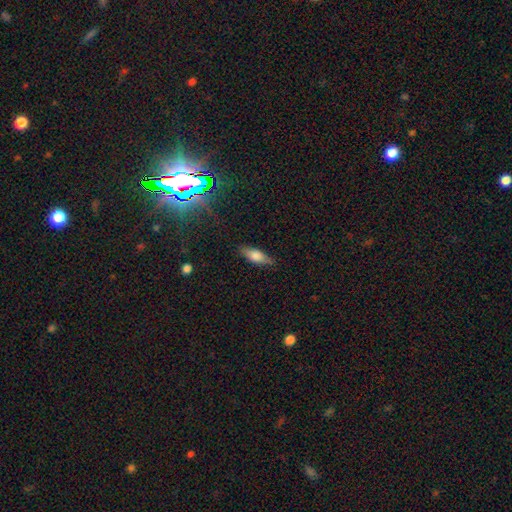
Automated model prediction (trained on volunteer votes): Q: Smooth or featured?
A: smooth (70%); runner-up: featured or disk (22%)
Q: How rounded?
A: in between (63%); runner-up: cigar-shaped (34%)
Q: Merging?
A: none (82%); runner-up: minor disturbance (14%)